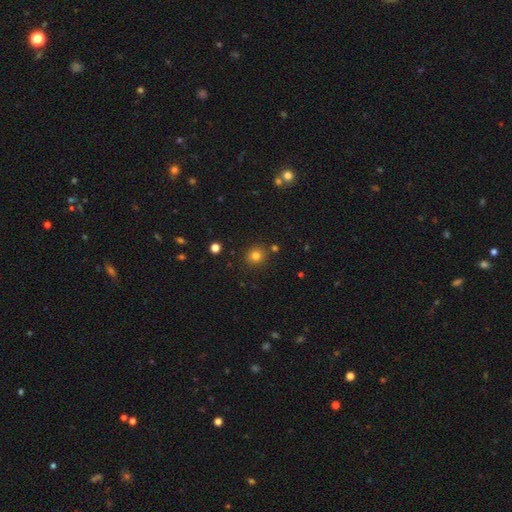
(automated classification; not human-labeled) A smooth galaxy with no disk features (80%) that is round (87%).

Vote fractions:
- Smooth or featured? smooth: 80% / star or artifact: 14% / featured or disk: 6%
- How rounded? round: 87% / in between: 12% / cigar-shaped: 1%
- Merging? none: 85% / minor disturbance: 8% / merger: 5% / major disturbance: 3%